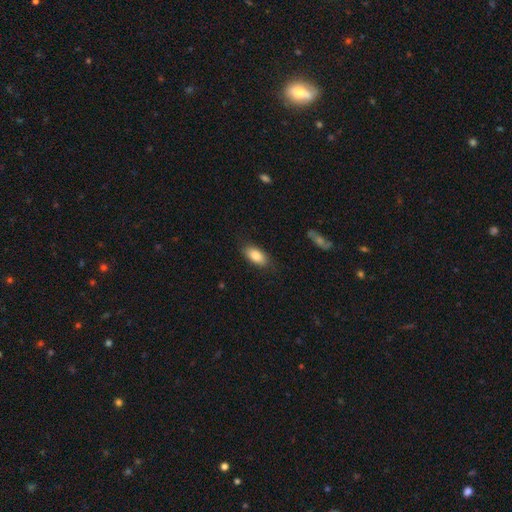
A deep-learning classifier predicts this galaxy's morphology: Smooth or featured: smooth — 85% (featured or disk — 9%)
How rounded: in between — 89% (cigar-shaped — 7%)
Merging: none — 84% (minor disturbance — 12%)